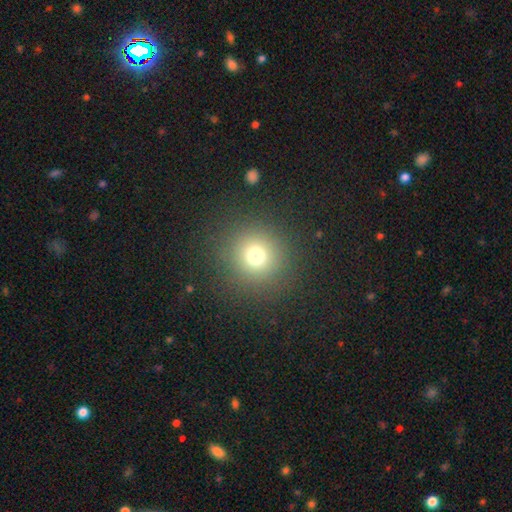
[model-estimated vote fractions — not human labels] A smooth galaxy with no disk features (72%) that is round (94%). Merging: none (88%).